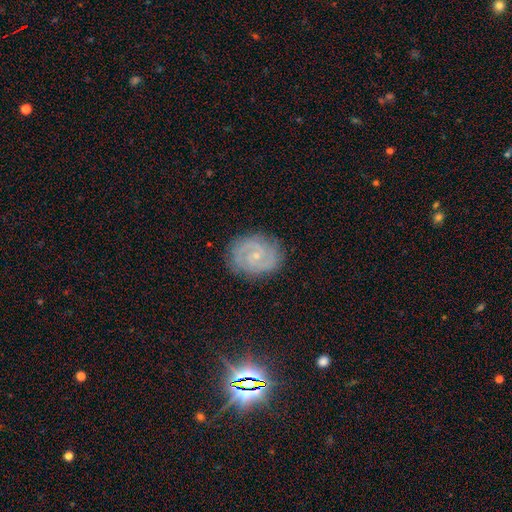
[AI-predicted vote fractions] Smooth or featured? Predicted: featured or disk (p=0.82). Edge-on disk? Predicted: no (p=0.98). Bar? Predicted: no (p=0.56). Spiral arms? Predicted: yes (p=0.95). Spiral winding? Predicted: tight (p=0.55). Spiral arm count? Predicted: 2 (p=0.71). Bulge size? Predicted: small (p=0.79). Merging? Predicted: none (p=0.83).